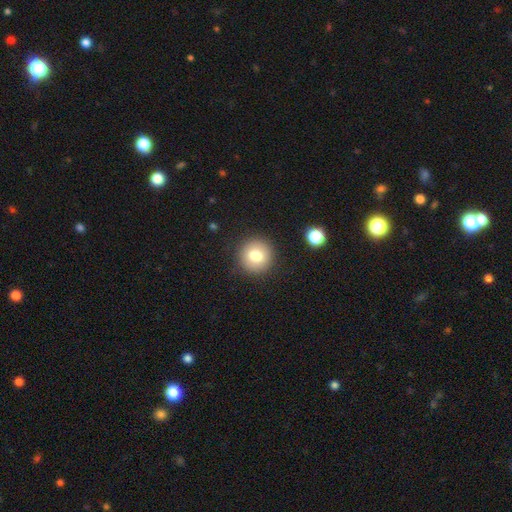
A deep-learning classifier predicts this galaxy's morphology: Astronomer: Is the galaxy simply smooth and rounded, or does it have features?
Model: smooth — 78%.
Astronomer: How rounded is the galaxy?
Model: round — 94%.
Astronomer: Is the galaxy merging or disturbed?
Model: none — 90%.